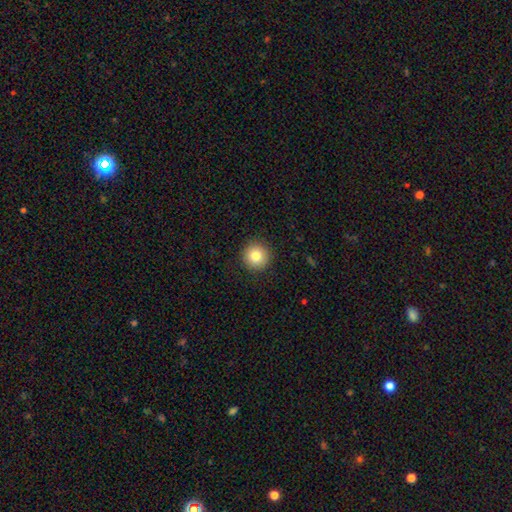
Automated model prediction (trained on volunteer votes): smooth-or-featured: smooth: 84% | star or artifact: 10% | featured or disk: 7%
  how-rounded: round: 96% | in between: 4% | cigar-shaped: 1%
  merging: none: 92% | minor disturbance: 6% | major disturbance: 2% | merger: 1%